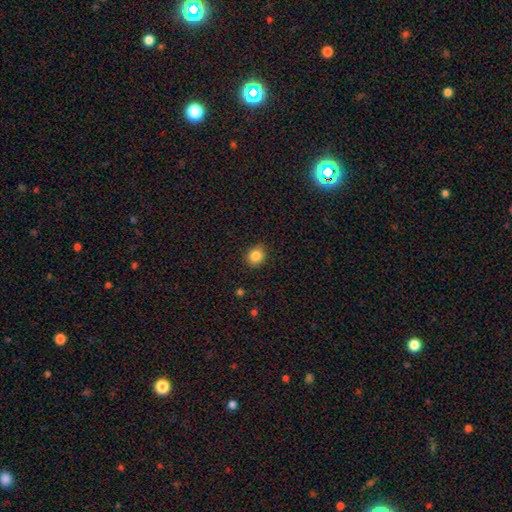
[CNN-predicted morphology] smooth-or-featured: smooth: 86% | star or artifact: 10% | featured or disk: 5%
  how-rounded: round: 73% | in between: 27% | cigar-shaped: 1%
  merging: none: 87% | minor disturbance: 9% | major disturbance: 2% | merger: 1%